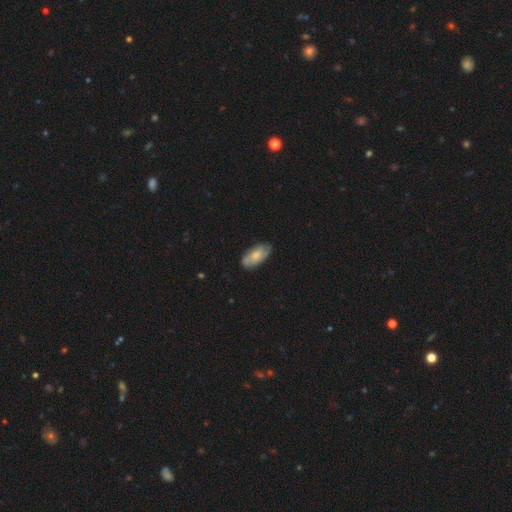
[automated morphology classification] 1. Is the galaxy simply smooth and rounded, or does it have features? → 70% smooth, 24% featured or disk, 6% star or artifact.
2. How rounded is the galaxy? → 91% in between, 7% cigar-shaped, 2% round.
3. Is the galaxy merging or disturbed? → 72% none, 22% minor disturbance, 4% major disturbance, 2% merger.